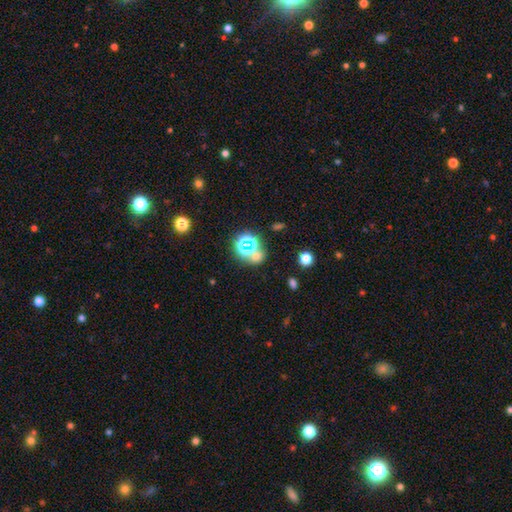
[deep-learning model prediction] Smooth or featured: smooth — 45% (star or artifact — 44%)
Merging: none — 58% (merger — 26%)